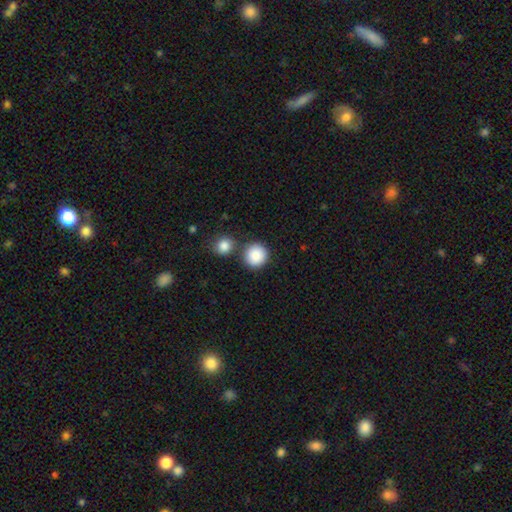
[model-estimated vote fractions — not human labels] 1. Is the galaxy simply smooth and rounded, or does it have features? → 88% smooth, 8% star or artifact, 4% featured or disk.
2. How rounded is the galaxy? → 92% round, 7% in between, 1% cigar-shaped.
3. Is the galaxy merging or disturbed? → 72% none, 16% merger, 9% minor disturbance, 3% major disturbance.